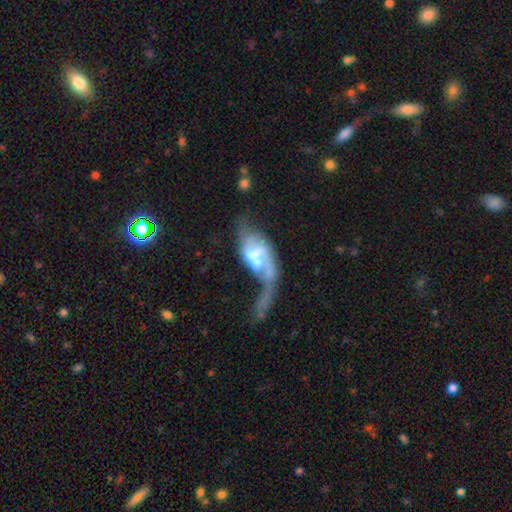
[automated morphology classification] smooth-or-featured: featured or disk: 73% | smooth: 20% | star or artifact: 7%
  disk-edge-on: no: 95% | yes: 5%
    bar: weak: 42% | no: 33% | strong: 25%
    has-spiral-arms: yes: 76% | no: 24%
      spiral-winding: loose: 68% | medium: 24% | tight: 8%
      spiral-arm-count: 2: 57% | 1: 27% | can't tell: 11% | 3: 3% | 4: 2% | more than 4: 1%
    bulge-size: moderate: 35% | small: 26% | none: 23% | large: 14% | dominant: 3%
  merging: major disturbance: 45% | merger: 30% | none: 15% | minor disturbance: 11%